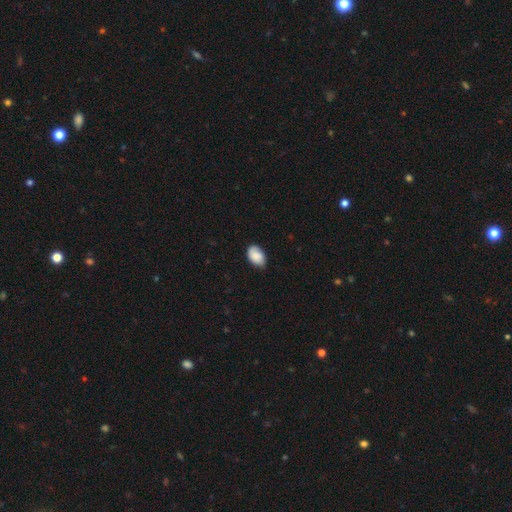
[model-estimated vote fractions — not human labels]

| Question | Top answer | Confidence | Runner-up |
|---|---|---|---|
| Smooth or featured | smooth | 86% | featured or disk (8%) |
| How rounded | in between | 89% | round (10%) |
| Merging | none | 73% | minor disturbance (22%) |